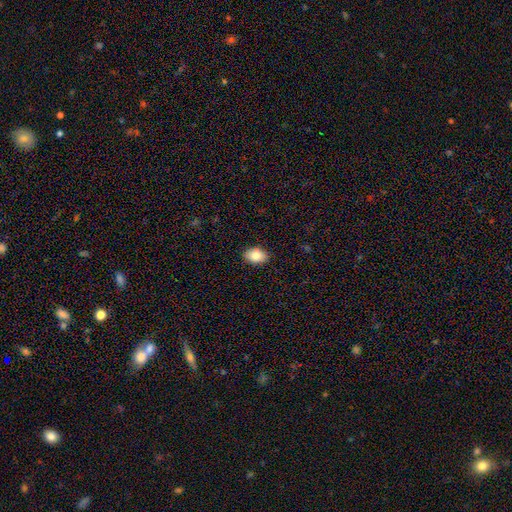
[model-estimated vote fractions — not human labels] Overall: smooth (82%). How rounded: in between (83%). Merging: none (89%).